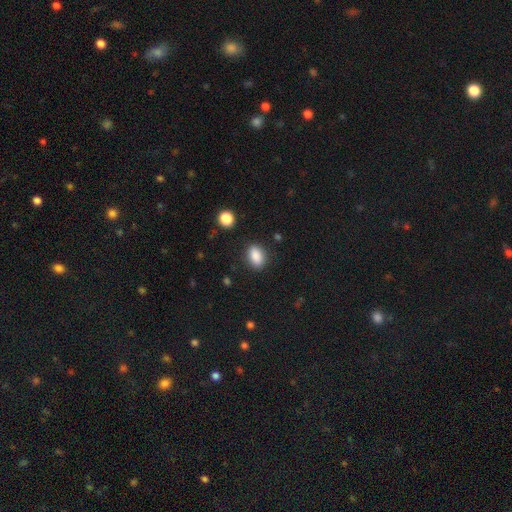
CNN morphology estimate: smooth-or-featured: smooth: 87% | star or artifact: 8% | featured or disk: 4%
  how-rounded: in between: 85% | round: 13% | cigar-shaped: 3%
  merging: none: 85% | minor disturbance: 10% | major disturbance: 3% | merger: 2%